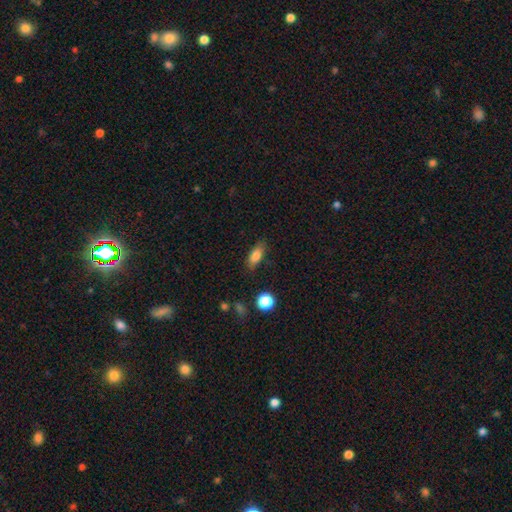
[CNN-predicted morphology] This is clearly a smooth galaxy (82%). How rounded: likely in between (78%). Merging: clearly none (81%).